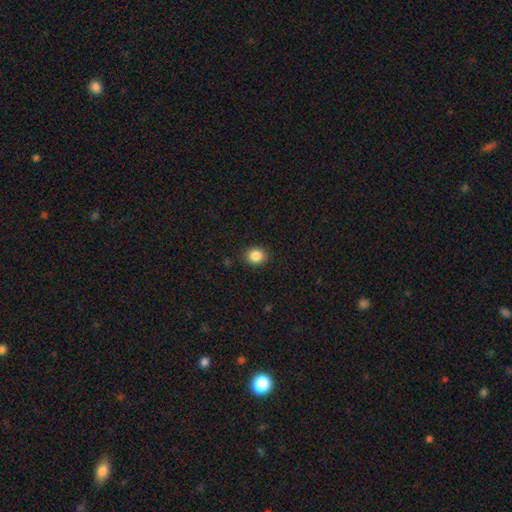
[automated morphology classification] A smooth galaxy with no disk features (86%) that is round (81%). Merging: none (90%).